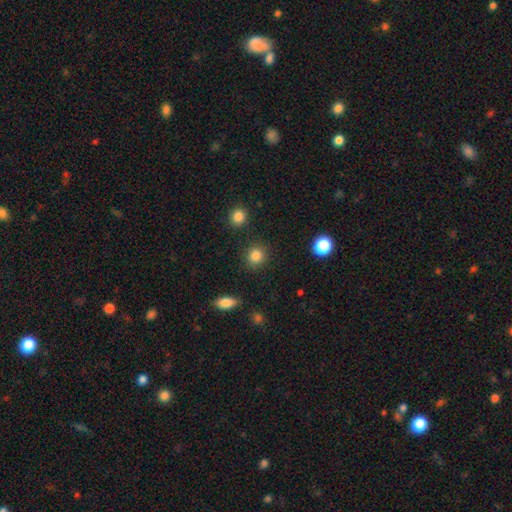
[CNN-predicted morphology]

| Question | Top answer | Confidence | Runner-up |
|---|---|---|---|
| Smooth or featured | smooth | 85% | star or artifact (11%) |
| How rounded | round | 89% | in between (10%) |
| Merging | none | 90% | minor disturbance (6%) |